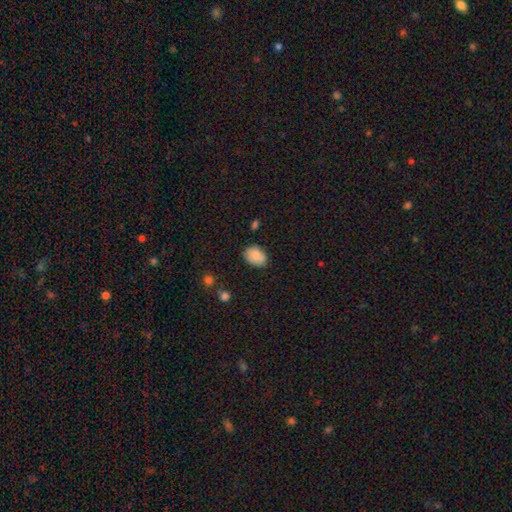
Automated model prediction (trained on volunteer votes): Smooth or featured: smooth — 87% (star or artifact — 8%)
How rounded: in between — 79% (round — 20%)
Merging: none — 74% (minor disturbance — 20%)